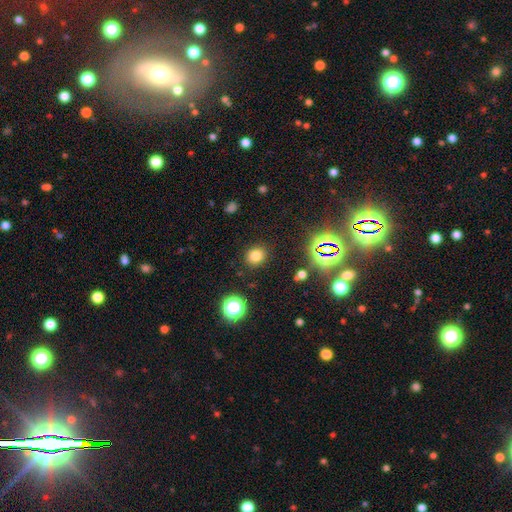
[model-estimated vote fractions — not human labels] This is likely a smooth galaxy (78%). How rounded: likely round (72%). Merging: clearly none (88%).